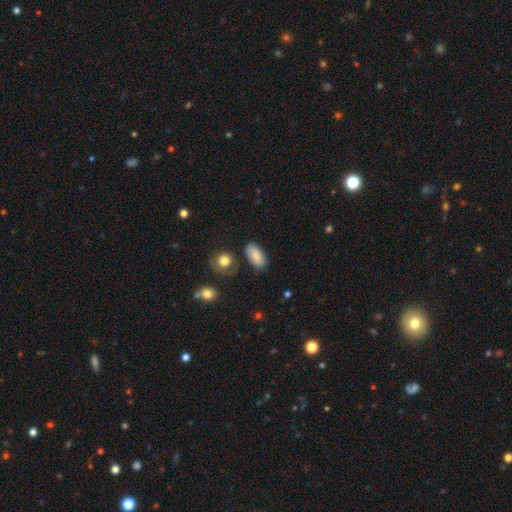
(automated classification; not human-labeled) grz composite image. It shows a smooth galaxy with no disk features (86%) that is in between round and cigar-shaped (92%). Merging: none (77%).